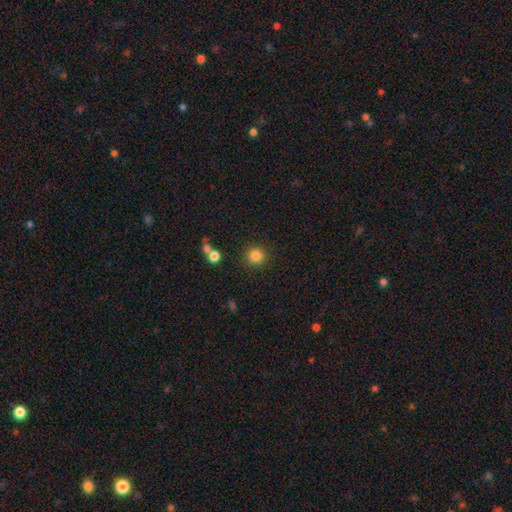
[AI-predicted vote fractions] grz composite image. It shows a smooth galaxy with no disk features (84%) that is round (94%). Merging: none (88%).